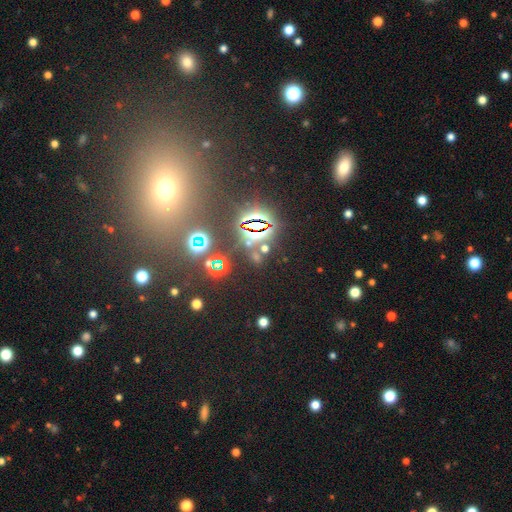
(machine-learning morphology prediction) Smooth or featured? Predicted: star or artifact (p=0.69).